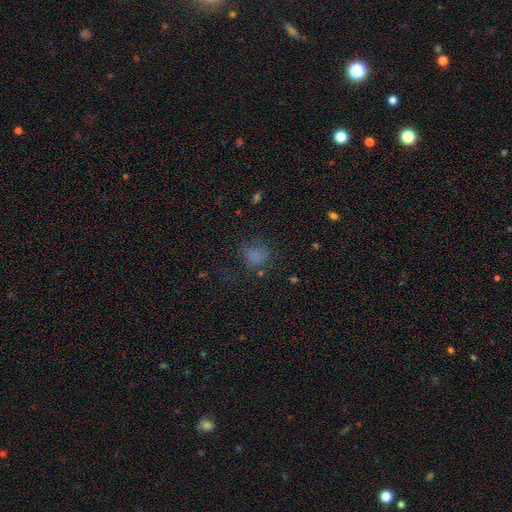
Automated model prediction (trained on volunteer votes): Smooth or featured? Predicted: smooth (p=0.73). How rounded? Predicted: round (p=0.68). Merging? Predicted: none (p=0.67).